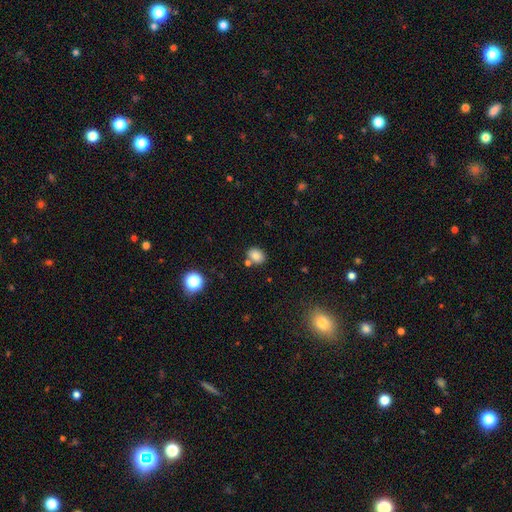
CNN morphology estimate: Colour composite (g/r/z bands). It shows a smooth galaxy with no disk features (82%) that is in between round and cigar-shaped (62%). Merging: none (72%).